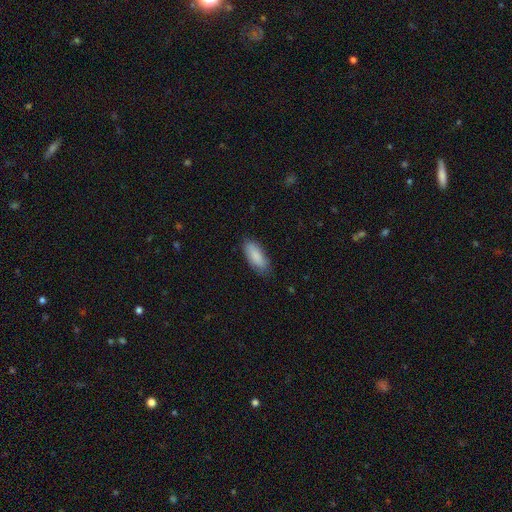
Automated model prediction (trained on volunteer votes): smooth 87%, featured or disk 7%, star or artifact 6%. Down the decision tree: how rounded — in between (75%); merging — none (80%).